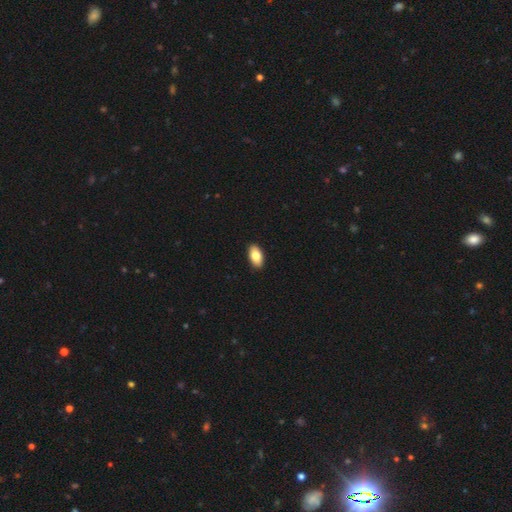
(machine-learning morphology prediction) Overall: smooth (82%). How rounded: in between (94%). Merging: none (91%).